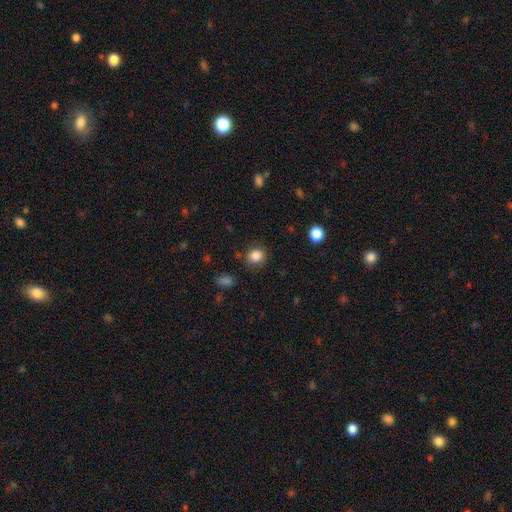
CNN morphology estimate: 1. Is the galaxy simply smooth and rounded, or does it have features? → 85% smooth, 11% star or artifact, 4% featured or disk.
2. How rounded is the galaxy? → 80% round, 19% in between, 1% cigar-shaped.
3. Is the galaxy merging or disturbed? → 84% none, 11% minor disturbance, 3% major disturbance, 2% merger.